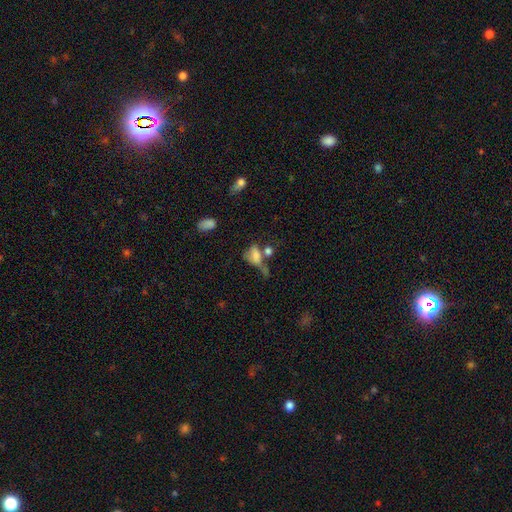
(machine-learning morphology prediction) This appears to be a smooth galaxy with no disk features (64%) that is in between round and cigar-shaped (74%). Merging: merger (37%).